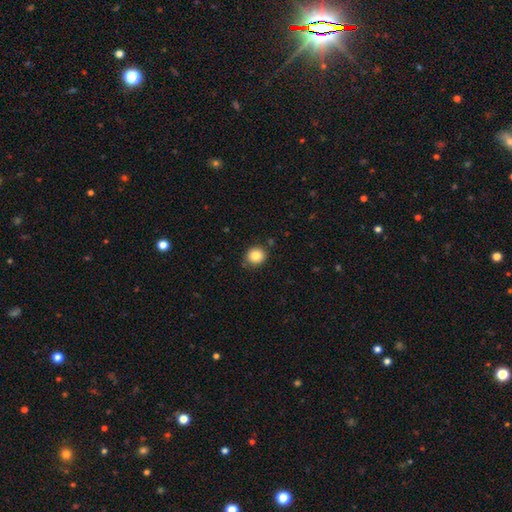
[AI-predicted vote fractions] smooth_or_featured: smooth (p=0.84) [alt: star or artifact p=0.10]
how_rounded: round (p=0.87) [alt: in between p=0.12]
merging: none (p=0.84) [alt: minor disturbance p=0.11]